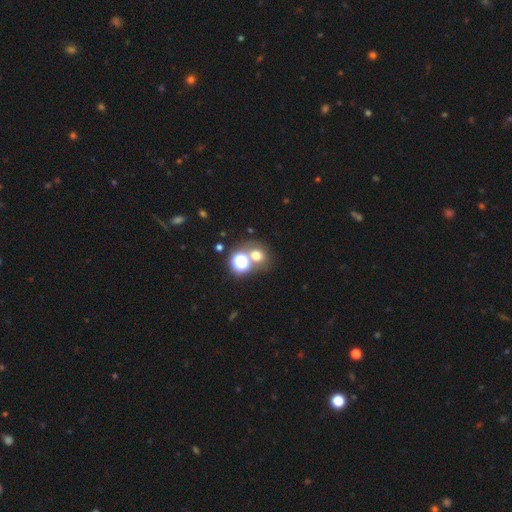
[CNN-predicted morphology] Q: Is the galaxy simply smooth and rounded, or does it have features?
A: smooth — 61%.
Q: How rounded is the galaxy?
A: round — 76%.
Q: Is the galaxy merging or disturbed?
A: none — 59%.